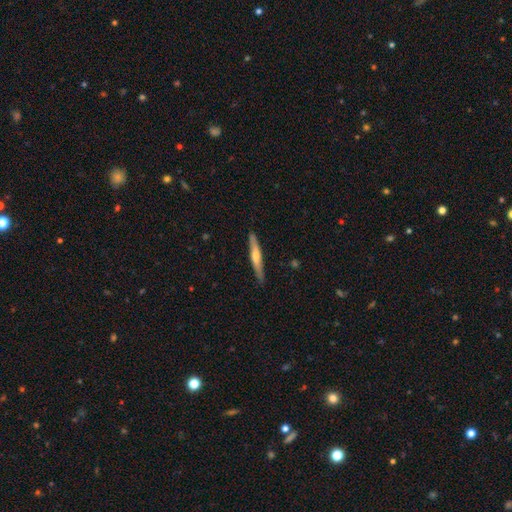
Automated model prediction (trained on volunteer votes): Morphology: type=smooth (48%); merging=none (88%).